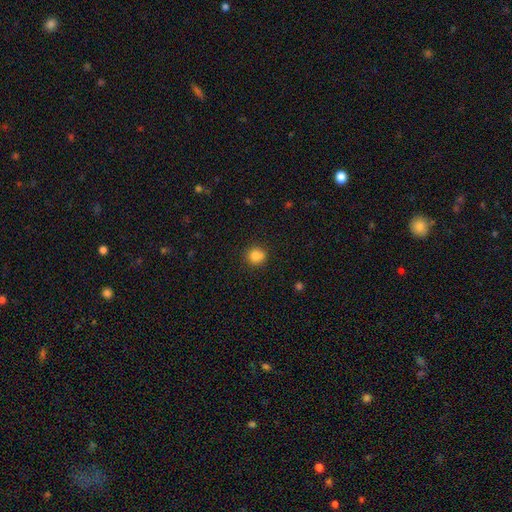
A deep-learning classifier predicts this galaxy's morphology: The model was most divided on "merging": none: 84%, minor disturbance: 11%, major disturbance: 3%, merger: 2%. More confident: how rounded — round (87%); smooth or featured — smooth (84%).